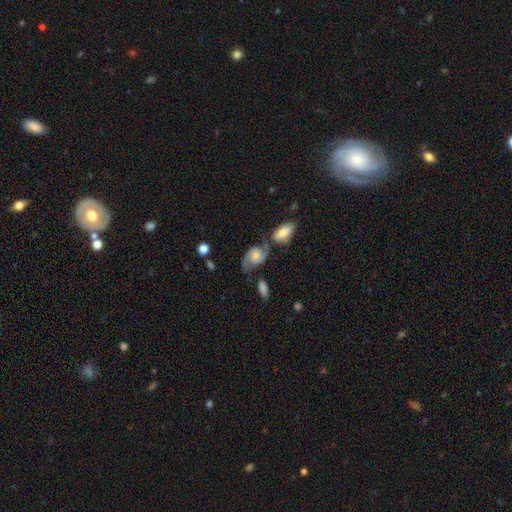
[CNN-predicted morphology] type=featured or disk (77%); edge-on=no (97%); bar=no (70%); spiral arms=yes (95%); winding=medium (45%); arm count=2 (90%); bulge=moderate (42%); merging=none (49%).